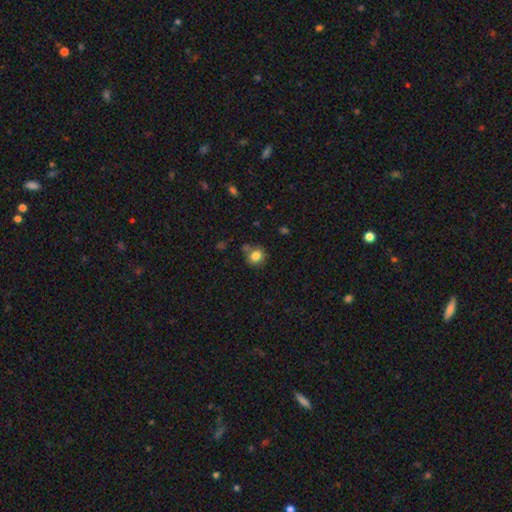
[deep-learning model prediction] Smooth or featured: smooth — 83% (star or artifact — 11%)
How rounded: round — 81% (in between — 18%)
Merging: none — 70% (minor disturbance — 14%)